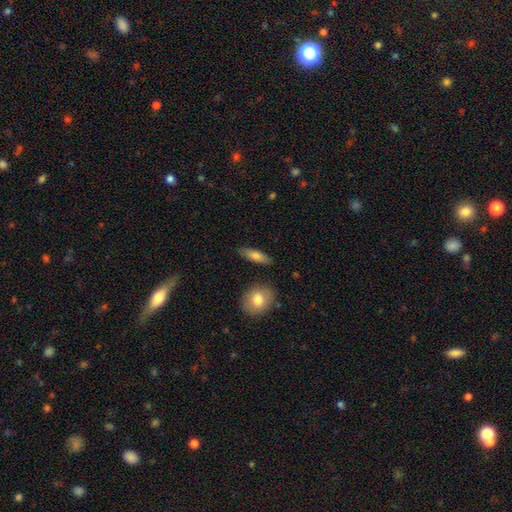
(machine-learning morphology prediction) This appears to be a smooth galaxy with no disk features (73%) that is cigar-shaped (53%). Merging: none (85%).